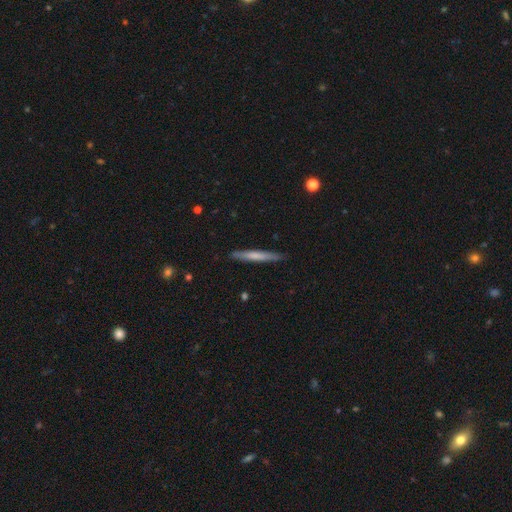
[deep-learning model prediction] Q: Smooth or featured?
A: smooth (60%); runner-up: featured or disk (35%)
Q: How rounded?
A: cigar-shaped (96%); runner-up: in between (3%)
Q: Merging?
A: none (88%); runner-up: minor disturbance (9%)